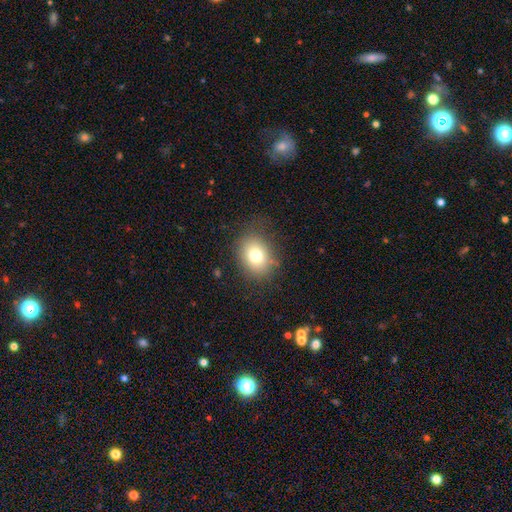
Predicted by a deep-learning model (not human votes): smooth-or-featured: smooth: 76% | star or artifact: 12% | featured or disk: 12%
  how-rounded: round: 51% | in between: 48% | cigar-shaped: 1%
  merging: none: 78% | minor disturbance: 15% | major disturbance: 6% | merger: 1%